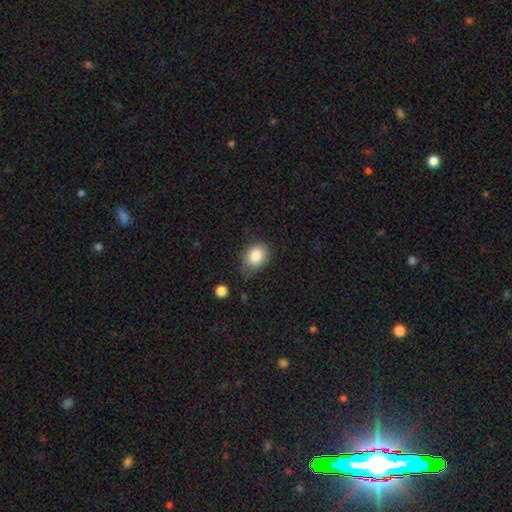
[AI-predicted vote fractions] A smooth galaxy with no disk features (85%) that is in between round and cigar-shaped (62%). Merging: none (62%).